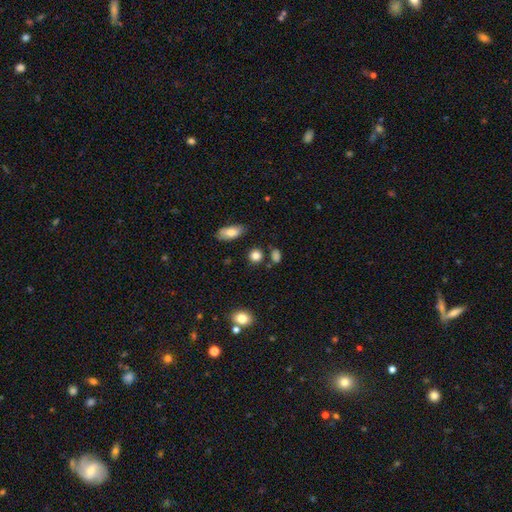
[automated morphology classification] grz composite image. It shows a smooth galaxy with no disk features (84%) that is round (77%). Merging: none (78%).